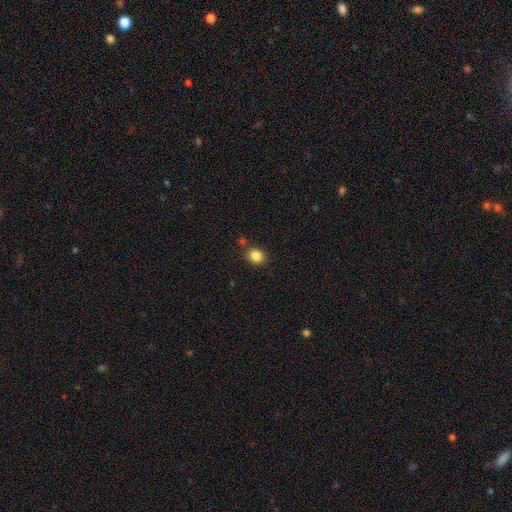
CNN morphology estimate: Smooth or featured? Predicted: smooth (p=0.85). How rounded? Predicted: round (p=0.76). Merging? Predicted: none (p=0.80).